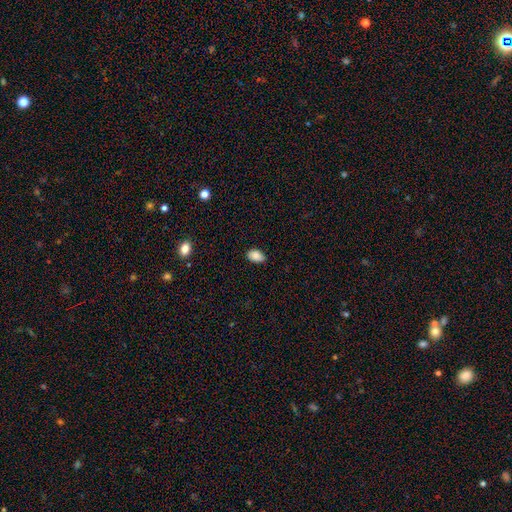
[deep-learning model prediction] A smooth galaxy with no disk features (87%) that is in between round and cigar-shaped (89%). Merging: none (80%).